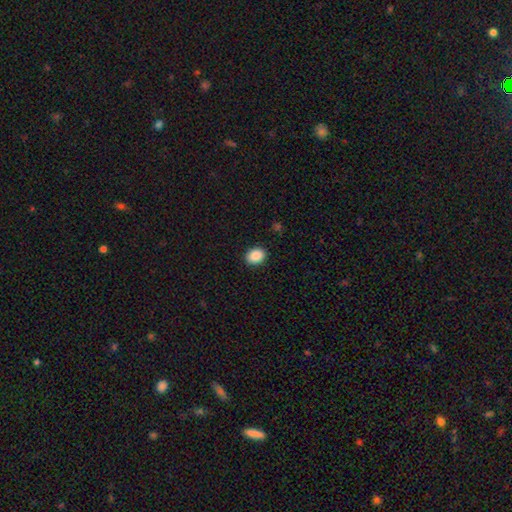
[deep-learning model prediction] smooth-or-featured: smooth: 89% | star or artifact: 8% | featured or disk: 3%
  how-rounded: in between: 61% | round: 39% | cigar-shaped: 1%
  merging: none: 90% | minor disturbance: 7% | major disturbance: 2% | merger: 1%